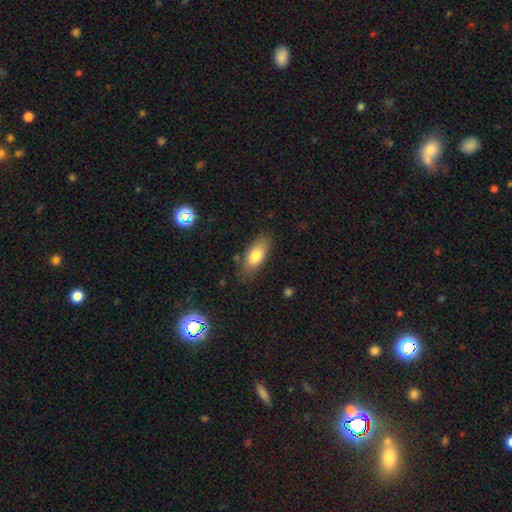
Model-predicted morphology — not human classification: This is likely a smooth galaxy (76%). How rounded: clearly in between (82%). Merging: clearly none (80%).